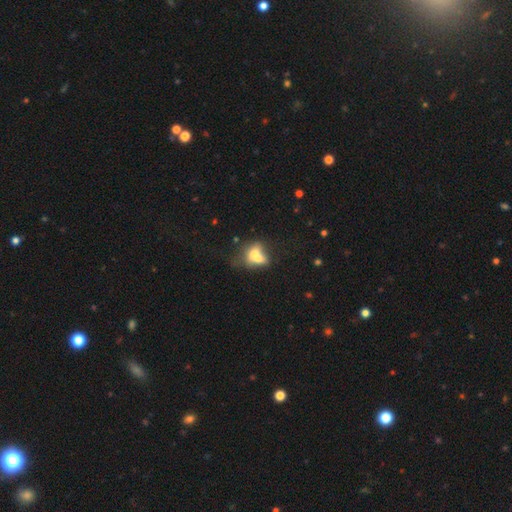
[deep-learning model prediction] This is likely a smooth galaxy (62%). How rounded: likely in between (66%). Merging: likely merger (63%).